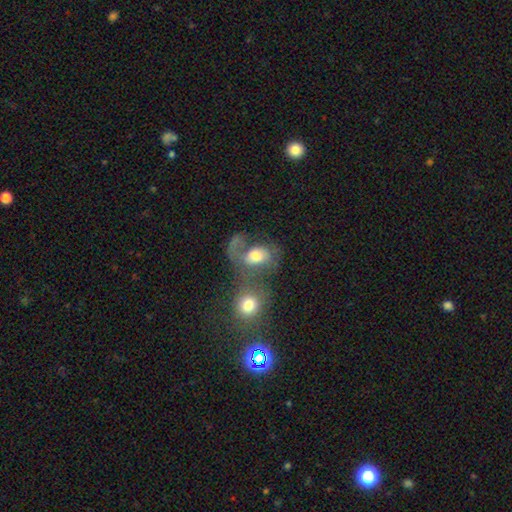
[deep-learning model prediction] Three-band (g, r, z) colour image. It shows a smooth galaxy with no disk features (55%) that is in between round and cigar-shaped (58%). Merging: merger (62%).